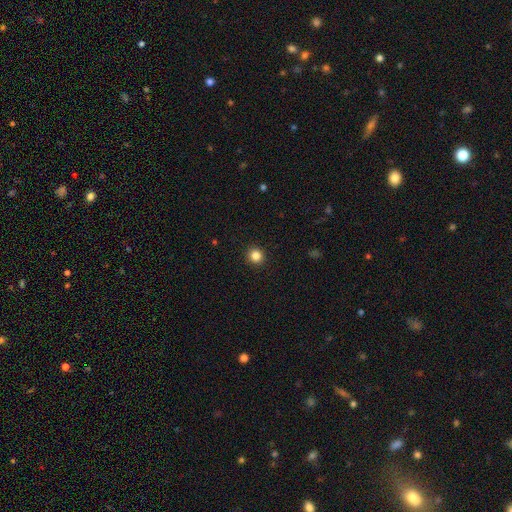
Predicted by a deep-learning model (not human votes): Smooth or featured? smooth (85%)
How rounded? round (93%)
Merging? none (93%)